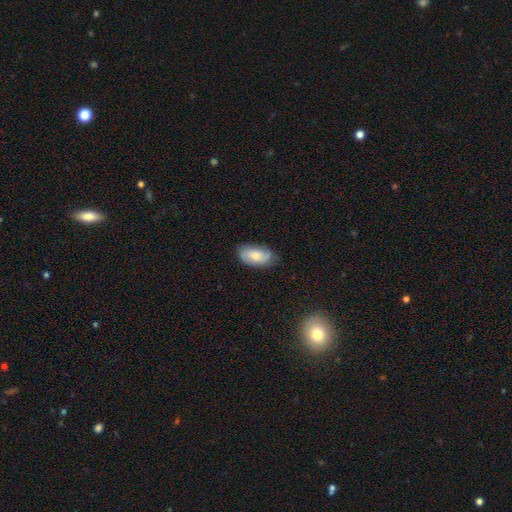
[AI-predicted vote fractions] Smooth or featured?
  - smooth: 64% *
  - featured or disk: 29%
  - star or artifact: 7%
How rounded?
  - in between: 92% *
  - cigar-shaped: 4%
  - round: 4%
Merging?
  - none: 75% *
  - minor disturbance: 20%
  - major disturbance: 4%
  - merger: 1%